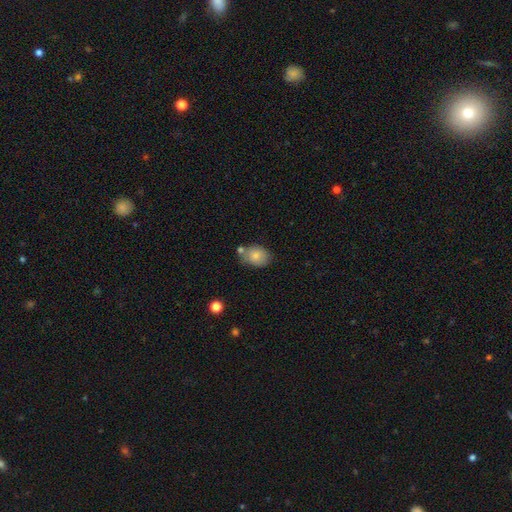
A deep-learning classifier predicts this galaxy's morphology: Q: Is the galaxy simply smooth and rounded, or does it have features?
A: smooth — 81%.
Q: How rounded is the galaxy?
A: in between — 71%.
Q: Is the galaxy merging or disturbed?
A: none — 61%.